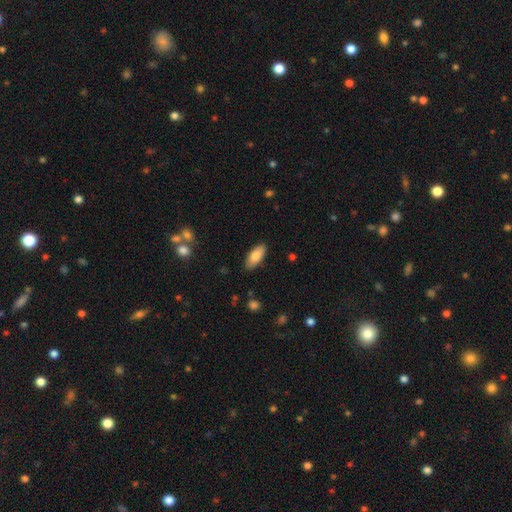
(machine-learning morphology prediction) This is clearly a smooth galaxy (83%). How rounded: clearly in between (87%). Merging: clearly none (86%).